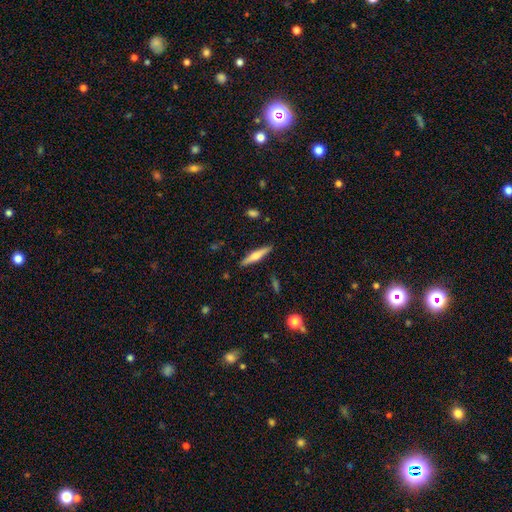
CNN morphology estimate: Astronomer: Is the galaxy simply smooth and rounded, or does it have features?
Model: smooth — 49% (runner-up: featured or disk, 44%).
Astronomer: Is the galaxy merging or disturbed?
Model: none — 89%.